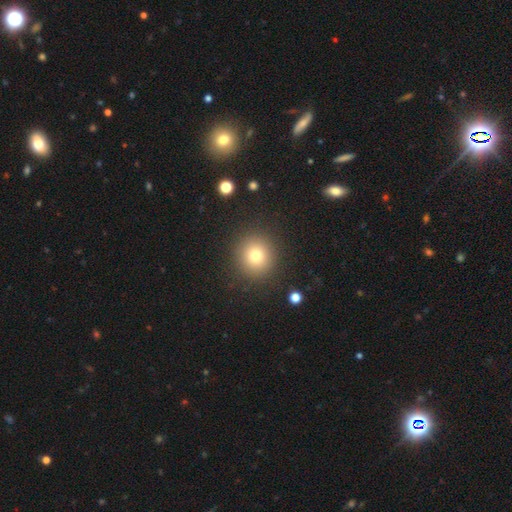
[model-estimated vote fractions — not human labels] Q: Smooth or featured?
A: smooth (77%); runner-up: star or artifact (13%)
Q: How rounded?
A: round (92%); runner-up: in between (7%)
Q: Merging?
A: none (89%); runner-up: minor disturbance (6%)